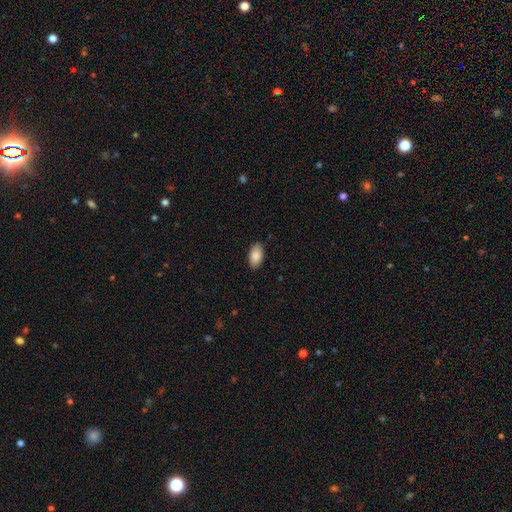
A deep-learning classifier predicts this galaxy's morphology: smooth_or_featured: smooth (p=0.88) [alt: star or artifact p=0.06]
how_rounded: in between (p=0.95) [alt: round p=0.03]
merging: none (p=0.88) [alt: minor disturbance p=0.09]